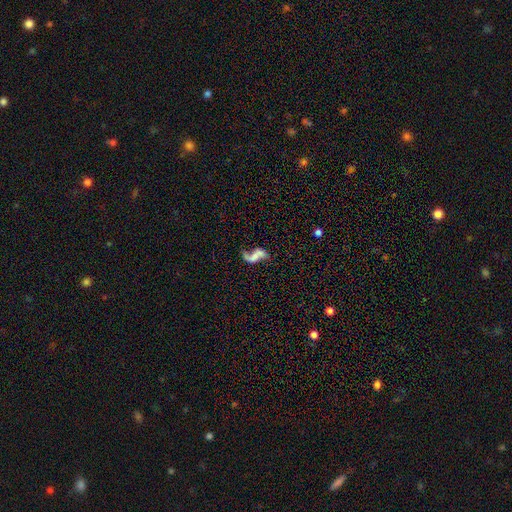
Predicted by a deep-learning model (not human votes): featured or disk 68%, smooth 22%, star or artifact 10%. Down the decision tree: edge-on disk — no (96%); bar — no (48%); spiral arms — yes (81%); spiral arm count — 2 (77%); spiral winding — loose (86%); bulge size — none (53%); merging — none (40%).